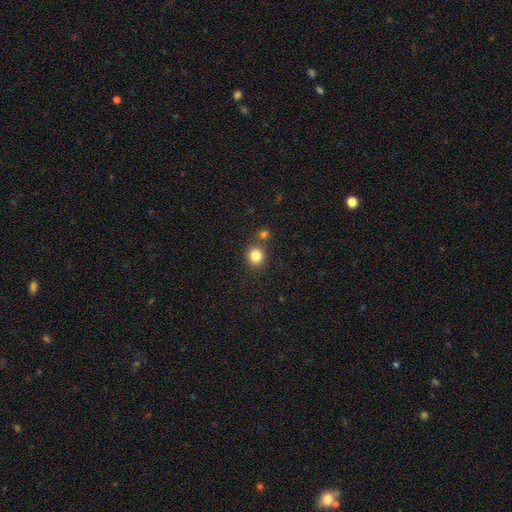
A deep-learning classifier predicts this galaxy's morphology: smooth_or_featured: smooth (p=0.83) [alt: star or artifact p=0.11]
how_rounded: round (p=0.85) [alt: in between p=0.14]
merging: none (p=0.76) [alt: merger p=0.13]